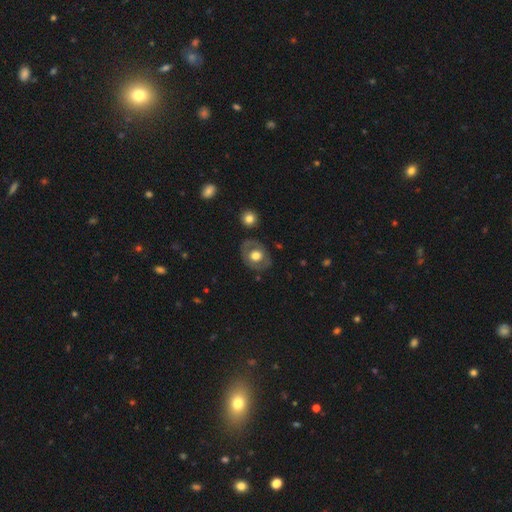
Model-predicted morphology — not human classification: smooth 49%, featured or disk 44%, star or artifact 7%. Down the decision tree: merging — none (78%).